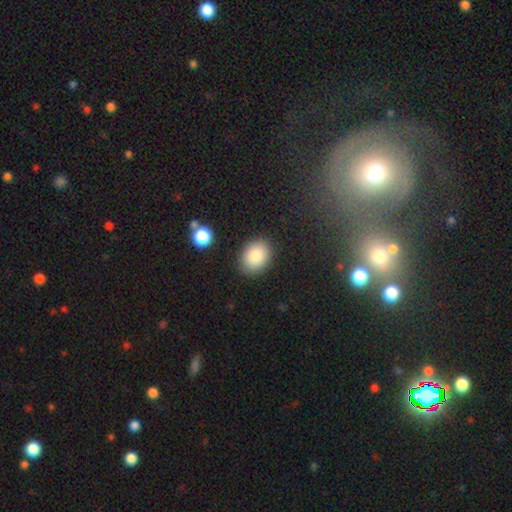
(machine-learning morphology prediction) A smooth galaxy with no disk features (86%) that is in between round and cigar-shaped (61%).

Vote fractions:
- Smooth or featured? smooth: 86% / star or artifact: 8% / featured or disk: 6%
- How rounded? in between: 61% / round: 38% / cigar-shaped: 1%
- Merging? none: 87% / minor disturbance: 9% / major disturbance: 3% / merger: 2%